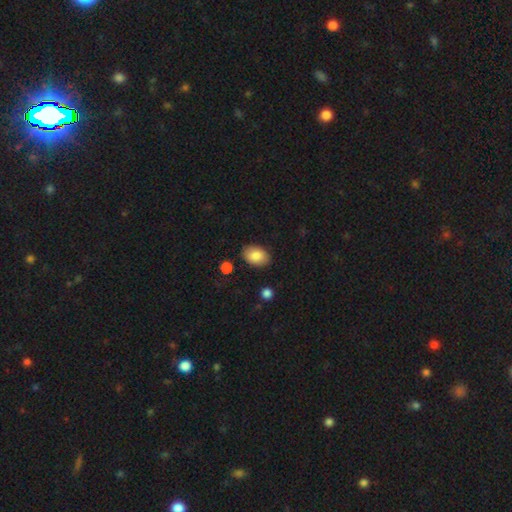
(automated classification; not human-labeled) smooth 85%, featured or disk 8%, star or artifact 7%. Down the decision tree: how rounded — in between (87%); merging — none (86%).